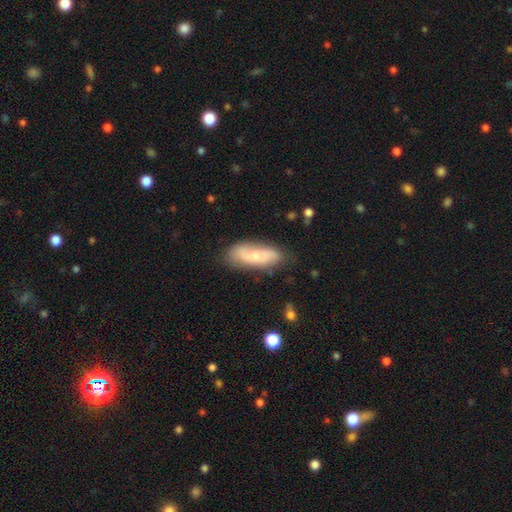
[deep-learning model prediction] The model was most divided on "smooth or featured": featured or disk: 48%, smooth: 46%, star or artifact: 7%. More confident: merging — none (73%).